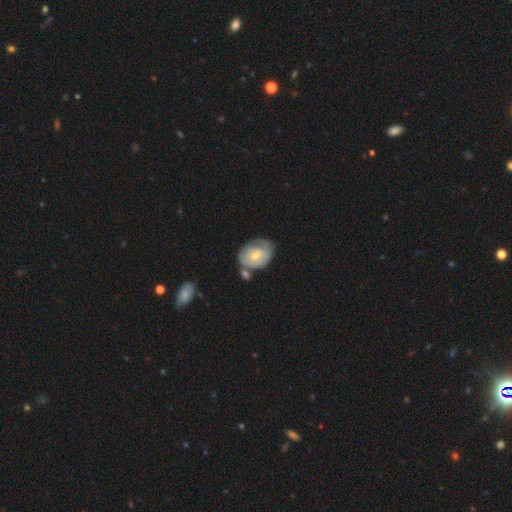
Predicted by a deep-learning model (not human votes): Smooth or featured: featured or disk — 54% (smooth — 41%)
Edge-on disk: no — 96% (yes — 4%)
Bar: no — 71% (weak — 25%)
Spiral arms: yes — 60% (no — 40%)
Bulge size: small — 50% (moderate — 45%)
Merging: none — 41% (minor disturbance — 27%)